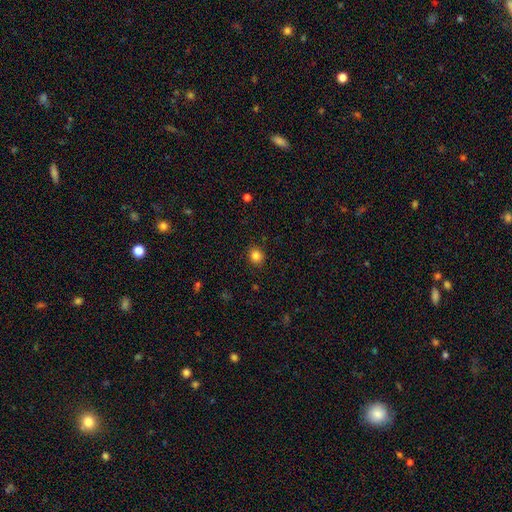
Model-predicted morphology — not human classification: smooth 84%, star or artifact 11%, featured or disk 5%. Down the decision tree: how rounded — round (73%); merging — none (89%).